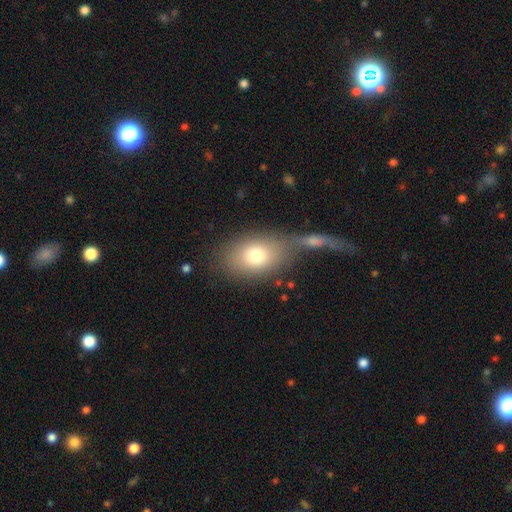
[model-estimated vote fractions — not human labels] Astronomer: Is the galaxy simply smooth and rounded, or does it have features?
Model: smooth — 76%.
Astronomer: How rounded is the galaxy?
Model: in between — 76%.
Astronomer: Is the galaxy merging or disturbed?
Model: none — 48% (runner-up: merger, 31%).